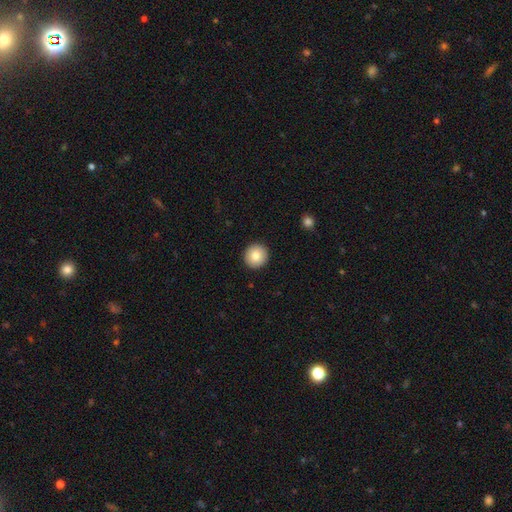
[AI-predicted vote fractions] Smooth or featured: smooth — 82% (featured or disk — 10%)
How rounded: round — 96% (in between — 3%)
Merging: none — 93% (minor disturbance — 5%)